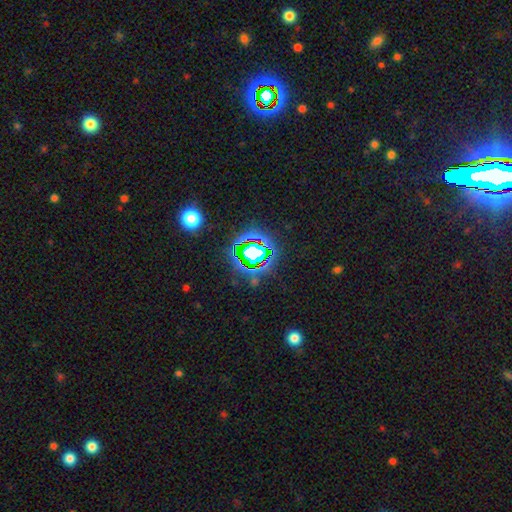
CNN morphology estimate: Smooth or featured? Predicted: star or artifact (p=0.71).